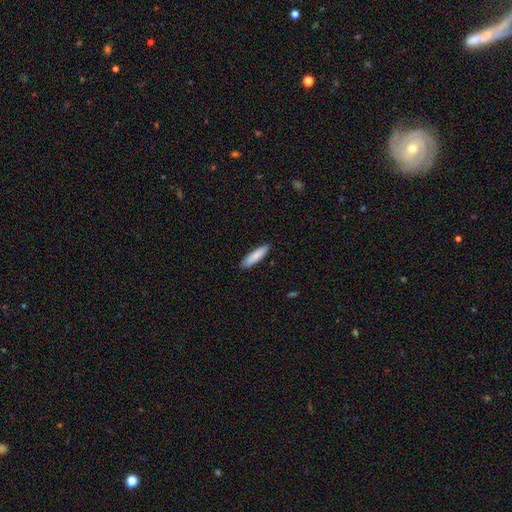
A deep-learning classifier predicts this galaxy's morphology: smooth 84%, featured or disk 11%, star or artifact 6%. Down the decision tree: how rounded — cigar-shaped (72%); merging — none (88%).